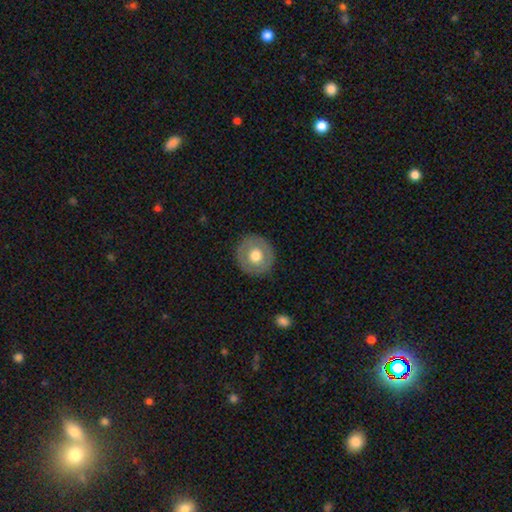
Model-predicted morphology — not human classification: This appears to be a smooth galaxy with no disk features (62%) that is round (93%). Merging: none (89%).